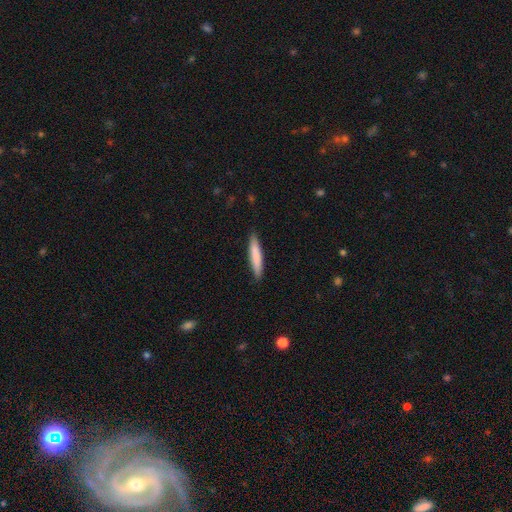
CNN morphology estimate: The model was most divided on "smooth or featured": smooth: 79%, featured or disk: 15%, star or artifact: 5%. More confident: how rounded — cigar-shaped (91%); merging — none (88%).